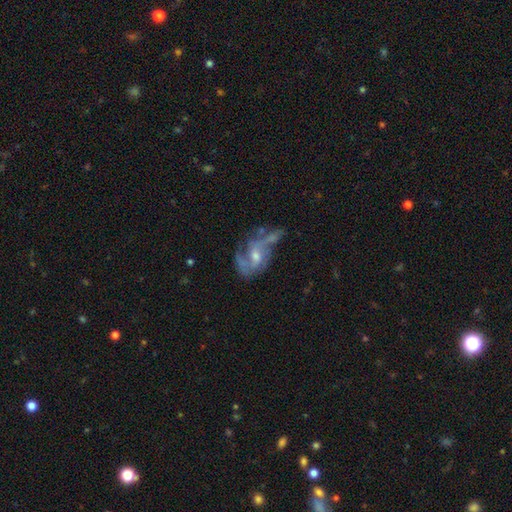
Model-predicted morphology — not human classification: Smooth or featured: featured or disk — 78% (smooth — 13%)
Edge-on disk: no — 96% (yes — 4%)
Bar: no — 51% (weak — 39%)
Spiral arms: yes — 81% (no — 19%)
Spiral winding: loose — 47% (medium — 39%)
Spiral arm count: 2 — 58% (can't tell — 17%)
Bulge size: moderate — 53% (small — 38%)
Merging: none — 35% (major disturbance — 33%)